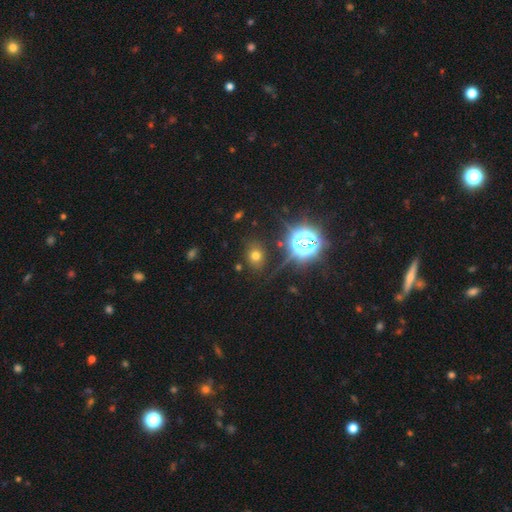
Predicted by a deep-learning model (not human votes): smooth-or-featured: smooth: 61% | star or artifact: 28% | featured or disk: 11%
  how-rounded: round: 60% | in between: 39% | cigar-shaped: 1%
  merging: none: 81% | minor disturbance: 11% | major disturbance: 5% | merger: 2%